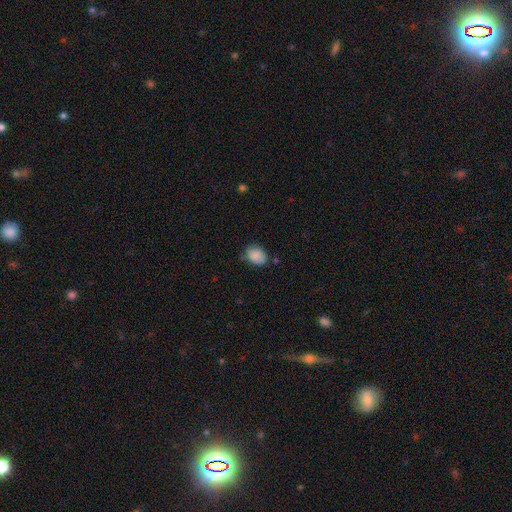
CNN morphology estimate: Smooth or featured?
  - smooth: 86% *
  - star or artifact: 8%
  - featured or disk: 6%
How rounded?
  - in between: 67% *
  - round: 32%
  - cigar-shaped: 1%
Merging?
  - none: 68% *
  - minor disturbance: 24%
  - major disturbance: 5%
  - merger: 3%